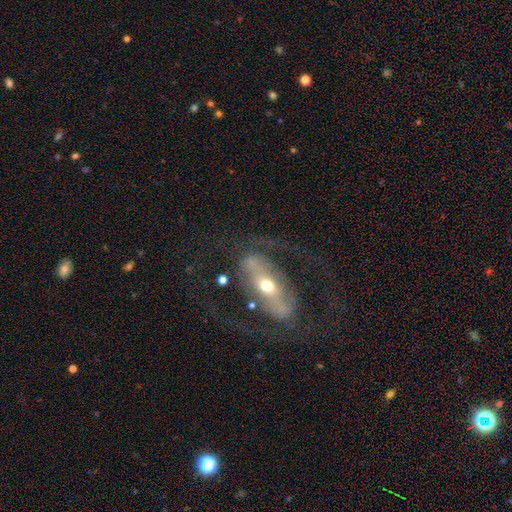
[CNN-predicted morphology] A featured or disk galaxy (83%) with a strong bar (57%), 2 (88%) medium (48%) spiral arms (75%) and a moderate central bulge (63%).

Vote fractions:
- Smooth or featured? featured or disk: 83% / smooth: 11% / star or artifact: 6%
- Edge-on disk? no: 89% / yes: 11%
- Bar? strong: 57% / weak: 23% / no: 20%
- Spiral arms? yes: 75% / no: 25%
- Spiral winding? medium: 48% / loose: 30% / tight: 22%
- Spiral arm count? 2: 88% / can't tell: 7% / 1: 2% / 3: 1% / 4: 1% / more than 4: 1%
- Bulge size? moderate: 63% / small: 28% / large: 6% / dominant: 1% / none: 1%
- Merging? none: 70% / major disturbance: 16% / minor disturbance: 12% / merger: 2%